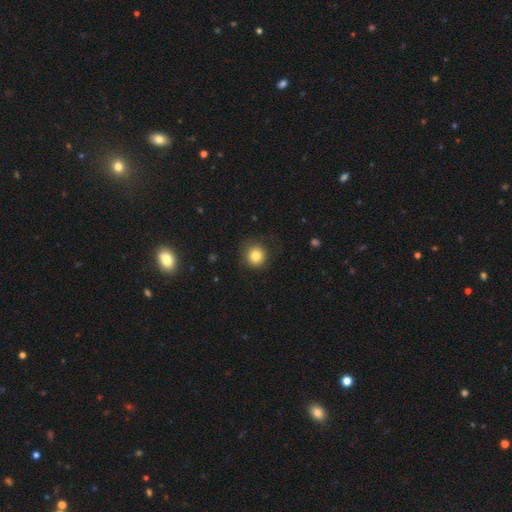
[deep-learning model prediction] smooth_or_featured: smooth (p=0.81) [alt: star or artifact p=0.11]
how_rounded: round (p=0.92) [alt: in between p=0.07]
merging: none (p=0.82) [alt: minor disturbance p=0.12]